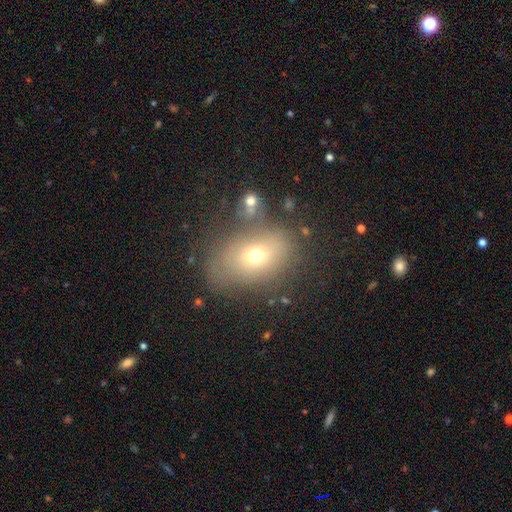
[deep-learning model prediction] Morphology: type=smooth (64%); roundness=in between (69%); merging=none (60%).